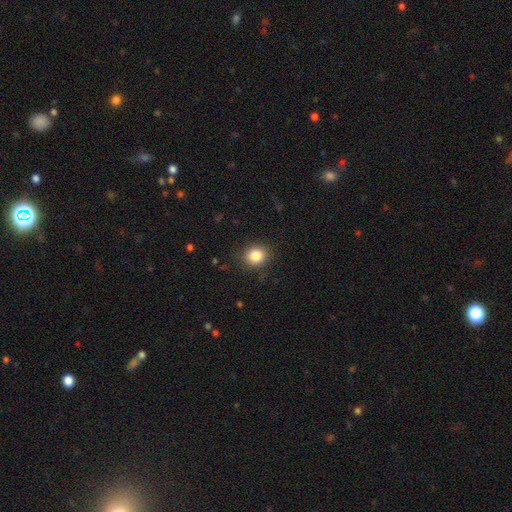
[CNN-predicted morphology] Smooth or featured? smooth (84%)
How rounded? round (74%)
Merging? none (88%)